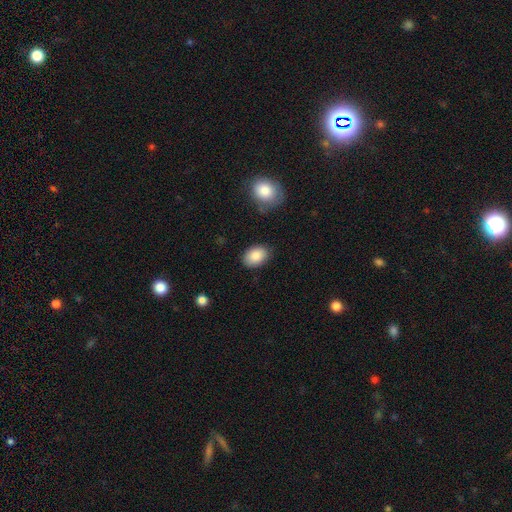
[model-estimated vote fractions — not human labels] Smooth or featured? Predicted: smooth (p=0.87). How rounded? Predicted: in between (p=0.84). Merging? Predicted: none (p=0.83).